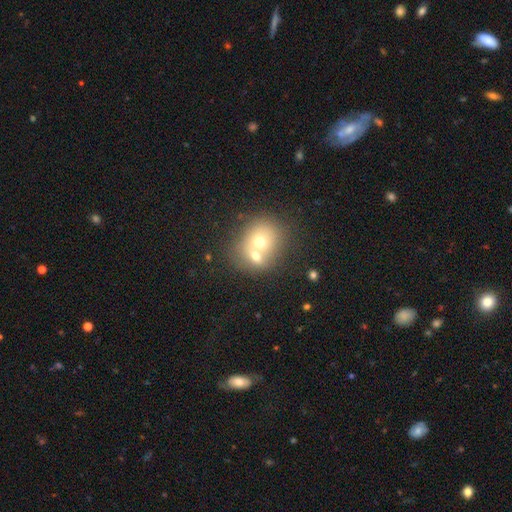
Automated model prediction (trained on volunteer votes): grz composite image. It shows a smooth galaxy with no disk features (64%) that is round (71%). Merging: merger (62%).